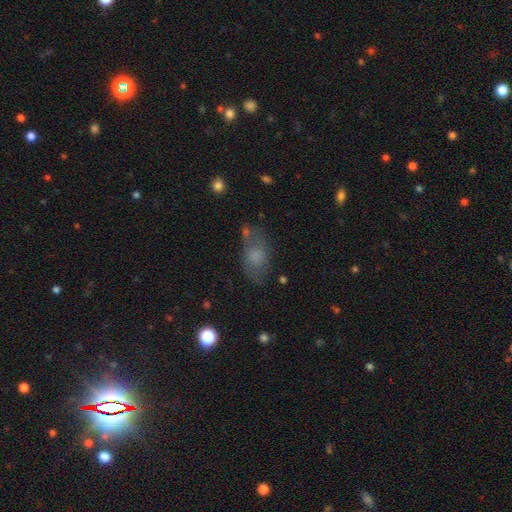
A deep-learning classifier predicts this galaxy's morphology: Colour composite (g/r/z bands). It shows a smooth galaxy with no disk features (60%) that is in between round and cigar-shaped (84%). Merging: none (56%).